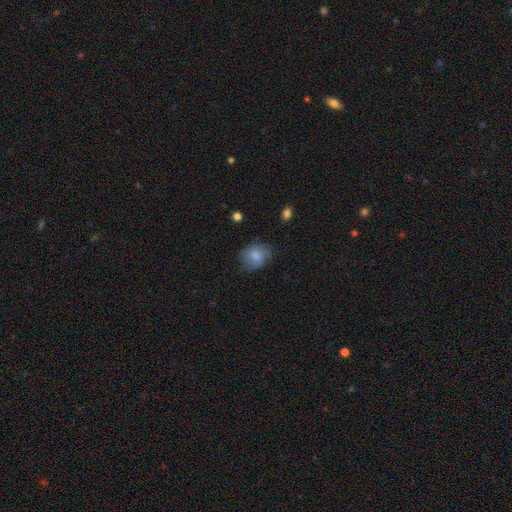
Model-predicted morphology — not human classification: type=smooth (77%); roundness=round (50%); merging=none (62%).